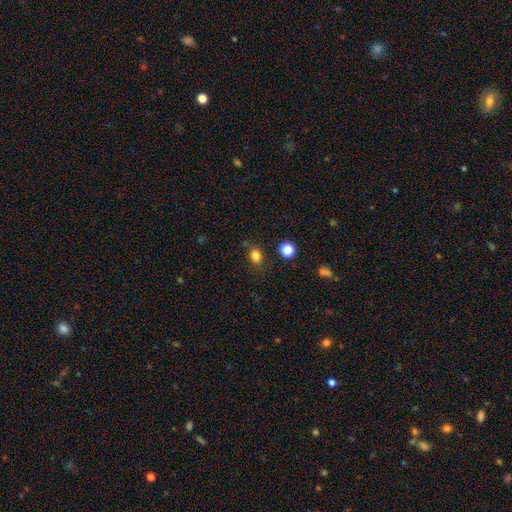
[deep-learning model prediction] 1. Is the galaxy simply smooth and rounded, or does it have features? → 82% smooth, 13% star or artifact, 5% featured or disk.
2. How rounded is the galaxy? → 50% round, 49% in between, 1% cigar-shaped.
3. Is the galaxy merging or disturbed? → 78% none, 13% minor disturbance, 5% merger, 4% major disturbance.